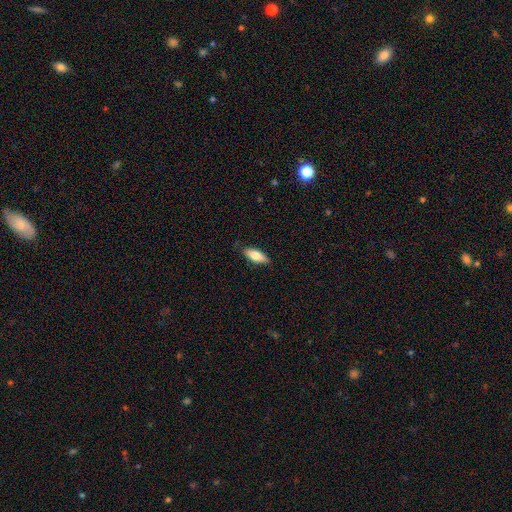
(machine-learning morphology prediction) Overall: smooth (75%). How rounded: in between (69%; cigar-shaped 29%). Merging: none (81%).